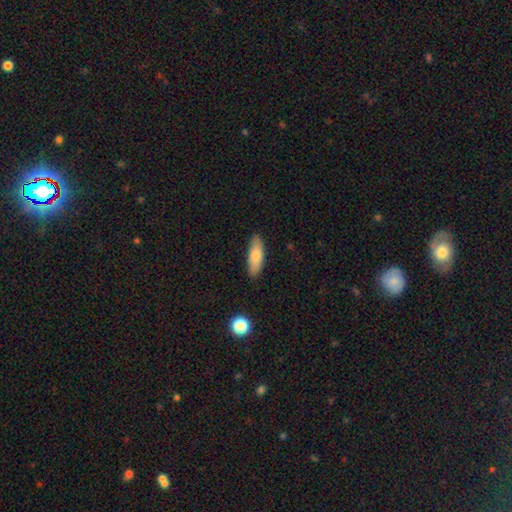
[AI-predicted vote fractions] smooth_or_featured: smooth (p=0.78) [alt: featured or disk p=0.16]
how_rounded: in between (p=0.58) [alt: cigar-shaped p=0.39]
merging: none (p=0.87) [alt: minor disturbance p=0.10]